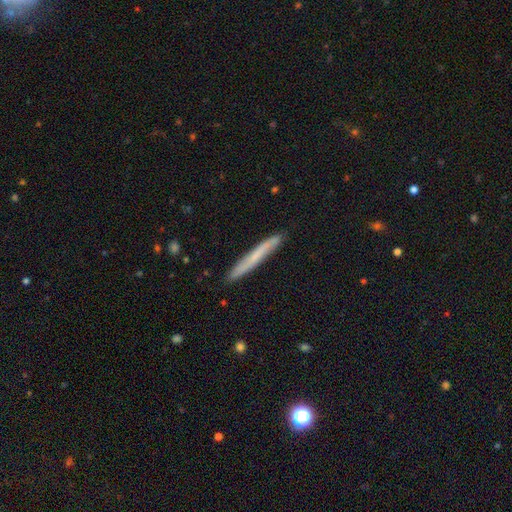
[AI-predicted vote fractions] A smooth galaxy with no disk features (57%) that is cigar-shaped (97%). Merging: none (89%).